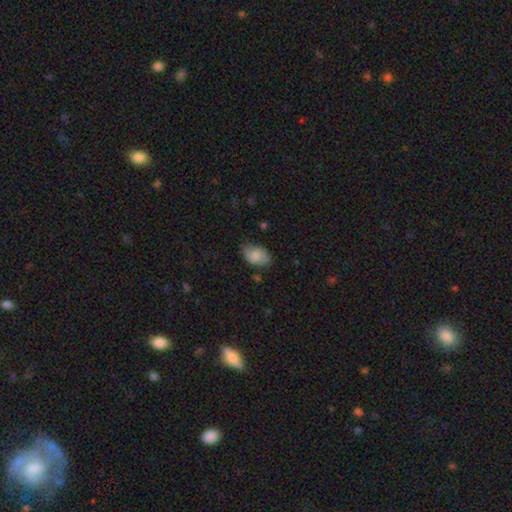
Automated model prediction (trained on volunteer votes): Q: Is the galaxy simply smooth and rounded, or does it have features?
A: smooth — 76%.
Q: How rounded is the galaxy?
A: in between — 89%.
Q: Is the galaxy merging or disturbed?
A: none — 69%.